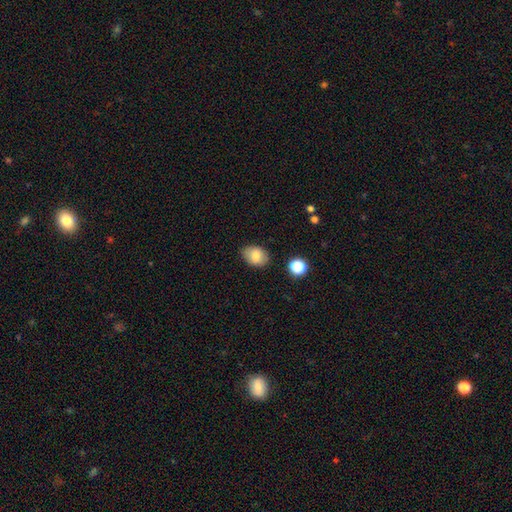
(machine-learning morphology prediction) Smooth or featured: smooth — 80% (featured or disk — 11%)
How rounded: in between — 72% (round — 27%)
Merging: none — 82% (minor disturbance — 13%)